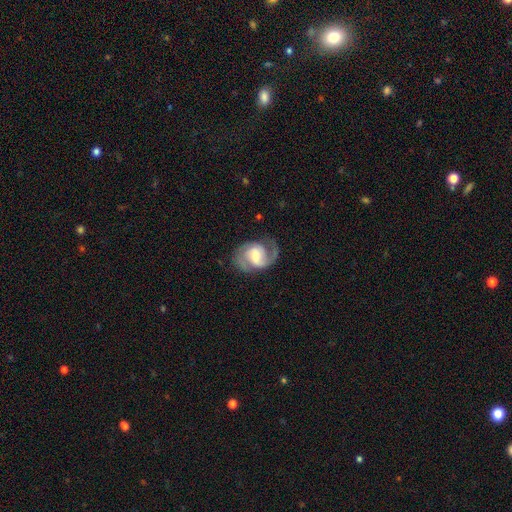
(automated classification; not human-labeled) This is clearly a featured or disk galaxy (83%). It is clearly not viewed edge-on (98%). Bar: possibly weak (49%). Spiral arm pattern: clearly yes (96%). Spiral arm count: clearly 2 (83%). Spiral winding: possibly medium (53%). Central bulge: marginally moderate (40%). Merging: likely none (68%).